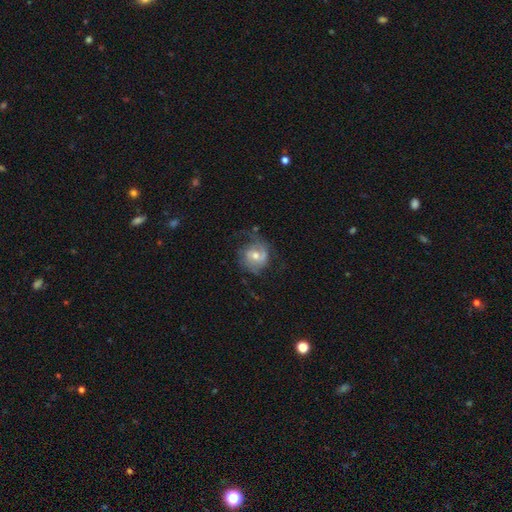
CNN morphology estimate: This appears to be a featured or disk galaxy (70%) with no bar (54%), 2 (59%) medium (41%) spiral arms (85%) and a moderate central bulge (68%). Merging: none (54%).